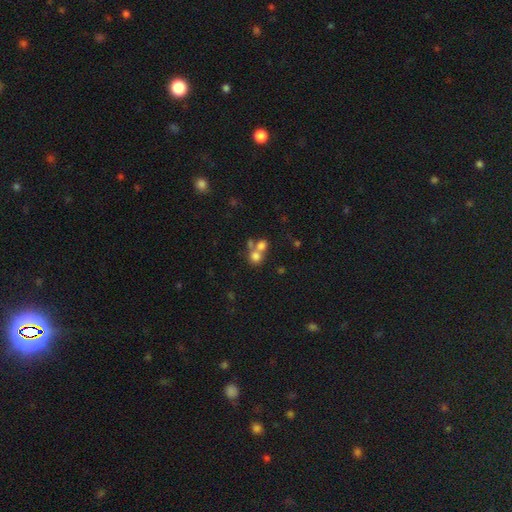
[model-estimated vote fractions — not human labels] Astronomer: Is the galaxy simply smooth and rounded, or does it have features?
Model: smooth — 72%.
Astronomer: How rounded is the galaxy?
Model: round — 80%.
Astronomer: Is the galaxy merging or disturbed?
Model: merger — 54% (runner-up: none, 36%).